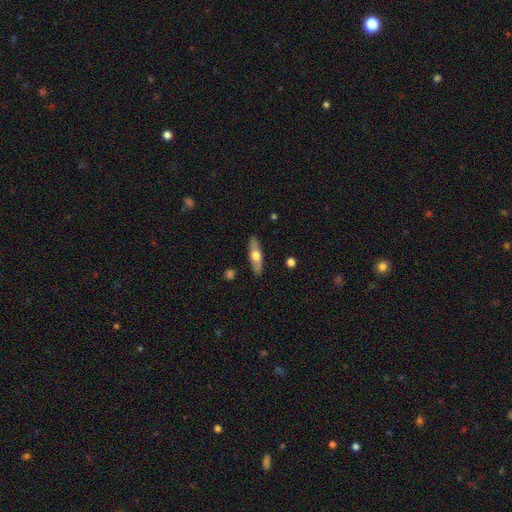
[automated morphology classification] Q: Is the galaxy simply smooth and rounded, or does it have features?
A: smooth — 52%.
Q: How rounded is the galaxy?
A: cigar-shaped — 53%.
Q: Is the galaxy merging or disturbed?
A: none — 88%.